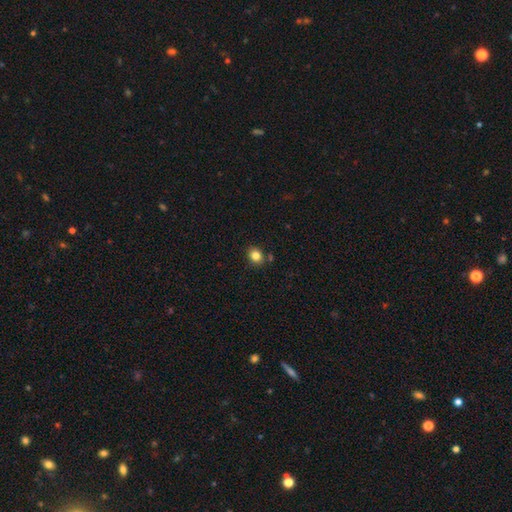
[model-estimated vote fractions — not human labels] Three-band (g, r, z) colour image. It shows a smooth galaxy with no disk features (82%) that is round (71%). Merging: none (82%).